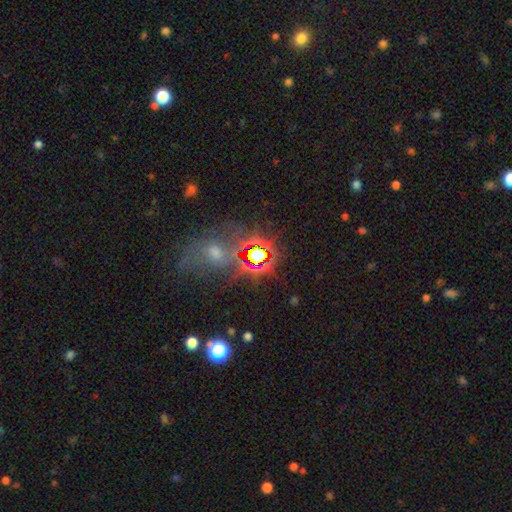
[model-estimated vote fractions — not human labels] This appears to be a star or artifact, not a galaxy (73%).